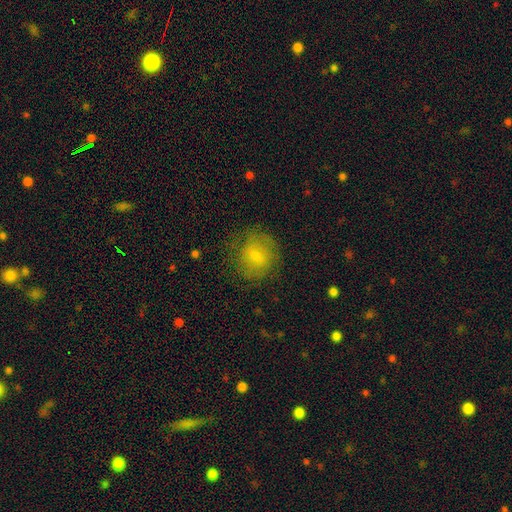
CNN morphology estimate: Smooth or featured? Predicted: smooth (p=0.65). How rounded? Predicted: round (p=0.79). Merging? Predicted: none (p=0.73).